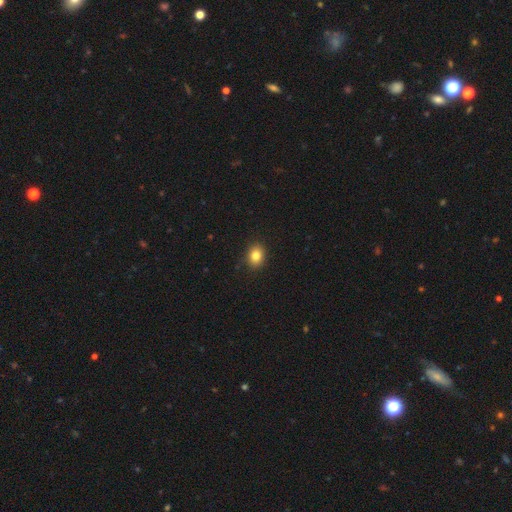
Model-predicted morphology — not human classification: Smooth or featured? Predicted: smooth (p=0.83). How rounded? Predicted: in between (p=0.51). Merging? Predicted: none (p=0.87).